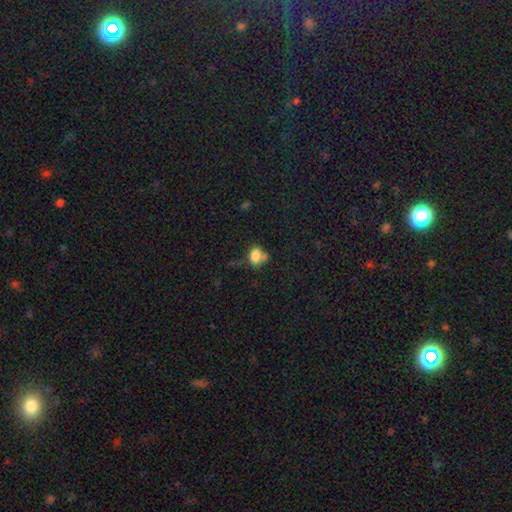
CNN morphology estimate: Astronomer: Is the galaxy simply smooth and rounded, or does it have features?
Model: smooth — 79%.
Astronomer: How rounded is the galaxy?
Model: in between — 71%.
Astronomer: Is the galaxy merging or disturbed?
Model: none — 40% (runner-up: merger, 27%).